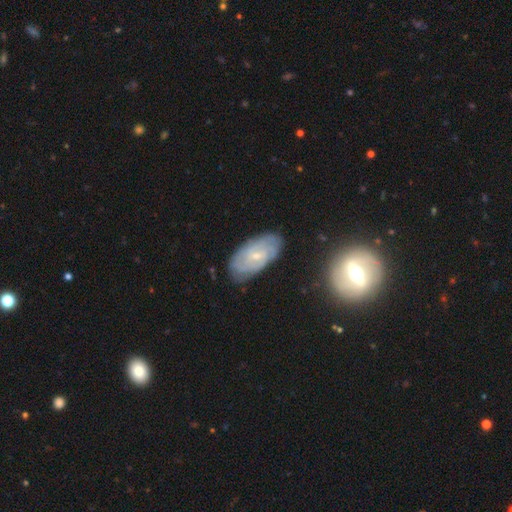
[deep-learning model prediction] This appears to be a featured or disk galaxy (70%) with no bar (48%), tight (65%) spiral arms (85%) and a small central bulge (73%). Merging: none (77%).